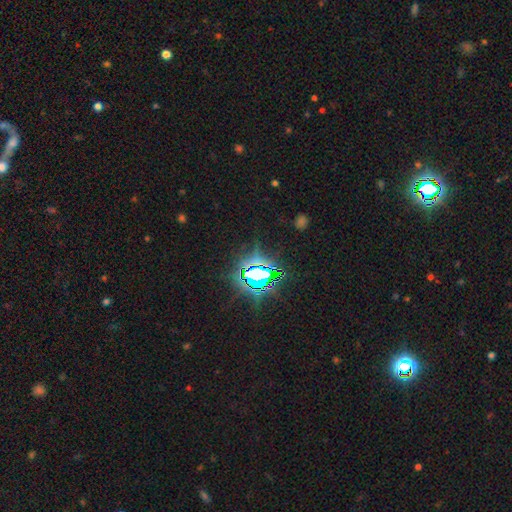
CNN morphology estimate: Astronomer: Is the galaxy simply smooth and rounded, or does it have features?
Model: star or artifact — 84%.